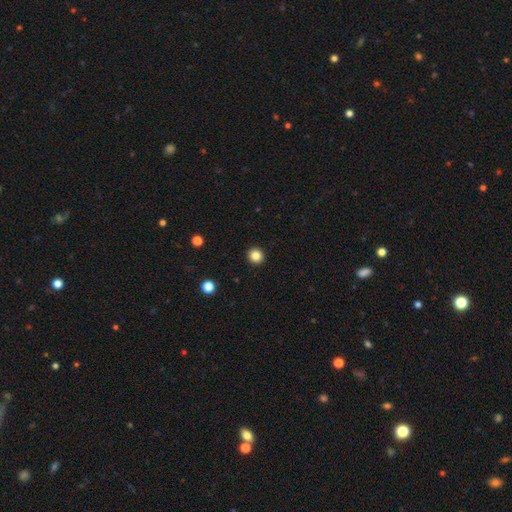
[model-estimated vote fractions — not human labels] Morphology: type=smooth (84%); roundness=round (93%); merging=none (94%).